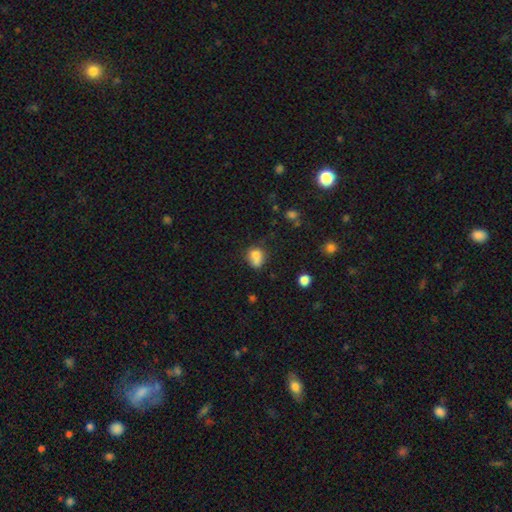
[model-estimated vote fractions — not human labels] Overall: smooth (76%). How rounded: round (53%; in between 46%). Merging: none (36%; merger 31%).